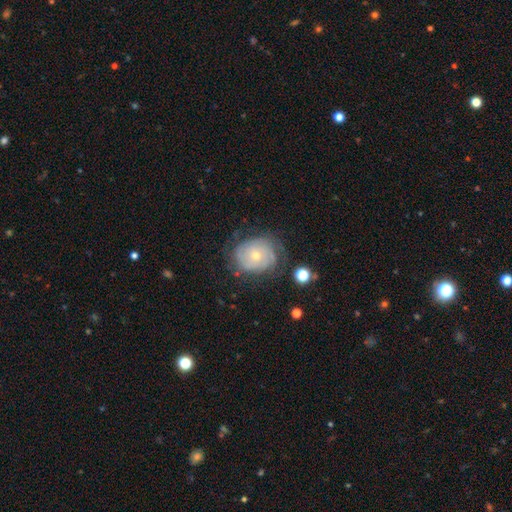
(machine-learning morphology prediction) Smooth or featured?
  - featured or disk: 65% *
  - smooth: 26%
  - star or artifact: 8%
Edge-on disk?
  - no: 97% *
  - yes: 3%
Bar?
  - no: 85% *
  - weak: 13%
  - strong: 2%
Spiral arms?
  - yes: 81% *
  - no: 19%
Spiral winding?
  - tight: 70% *
  - medium: 22%
  - loose: 8%
Spiral arm count?
  - can't tell: 50% *
  - 2: 21%
  - 3: 14%
  - 4: 7%
  - 1: 5%
  - more than 4: 4%
Bulge size?
  - small: 60% *
  - moderate: 37%
  - large: 1%
  - none: 1%
  - dominant: 1%
Merging?
  - none: 65% *
  - minor disturbance: 23%
  - major disturbance: 11%
  - merger: 2%